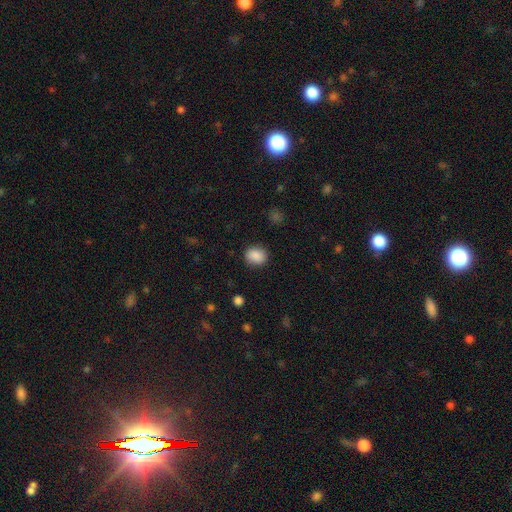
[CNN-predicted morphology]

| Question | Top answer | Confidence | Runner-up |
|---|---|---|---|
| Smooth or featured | smooth | 88% | star or artifact (8%) |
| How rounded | round | 62% | in between (37%) |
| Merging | none | 87% | minor disturbance (9%) |